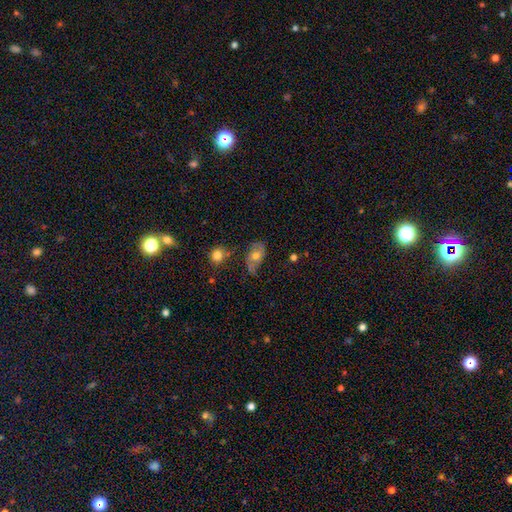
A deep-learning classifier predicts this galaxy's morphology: Smooth or featured? smooth (52%)
How rounded? in between (86%)
Merging? none (48%)